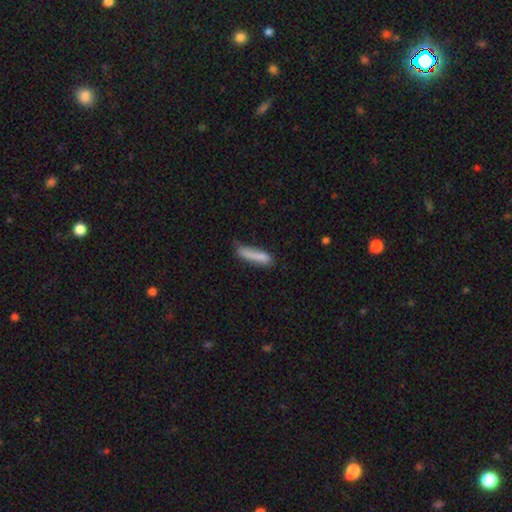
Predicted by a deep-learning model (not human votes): Q: Smooth or featured?
A: smooth (79%); runner-up: featured or disk (14%)
Q: How rounded?
A: cigar-shaped (84%); runner-up: in between (15%)
Q: Merging?
A: none (60%); runner-up: minor disturbance (26%)